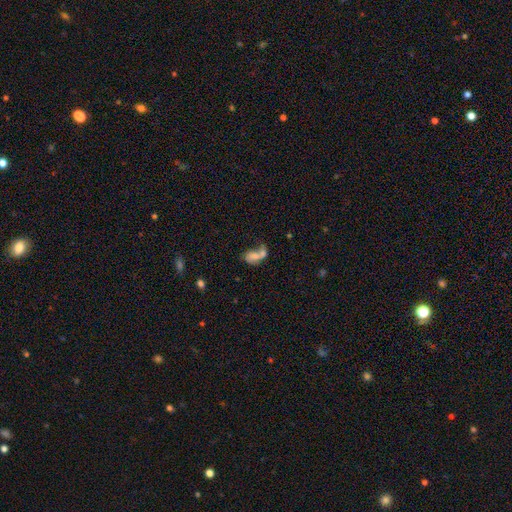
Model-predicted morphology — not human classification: The model was most divided on "smooth or featured": smooth: 54%, featured or disk: 34%, star or artifact: 12%. More confident: how rounded — in between (82%); merging — merger (59%).